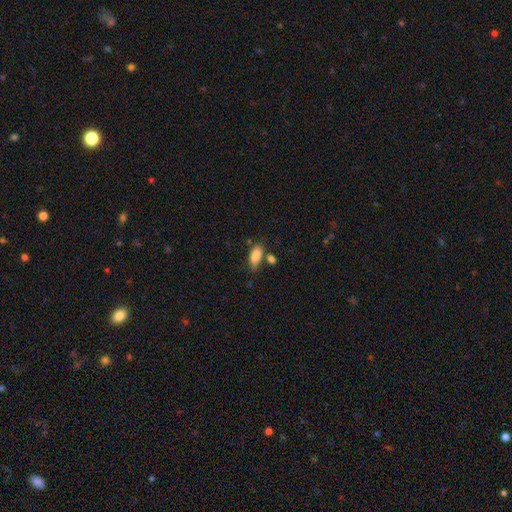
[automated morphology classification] A smooth galaxy with no disk features (86%) that is in between round and cigar-shaped (86%). Merging: none (63%).